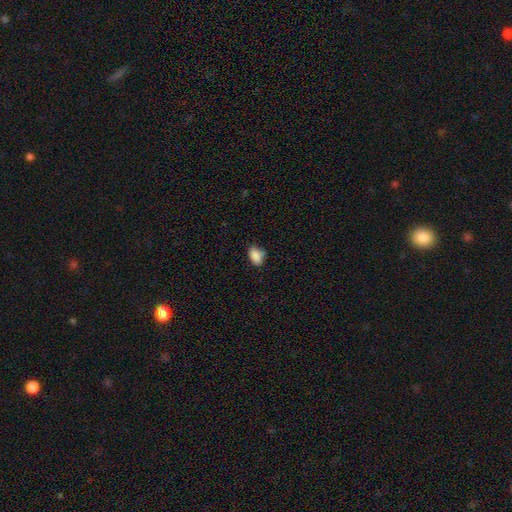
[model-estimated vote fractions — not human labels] Morphology: type=smooth (86%); roundness=in between (84%); merging=none (59%).